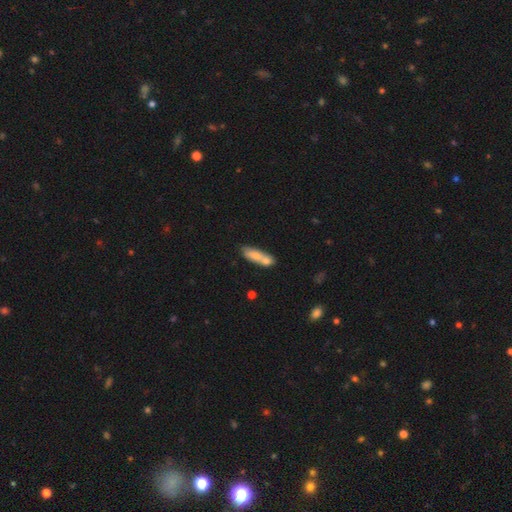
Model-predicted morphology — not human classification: Smooth or featured: smooth — 71% (featured or disk — 22%)
How rounded: cigar-shaped — 49% (in between — 48%)
Merging: merger — 46% (none — 36%)